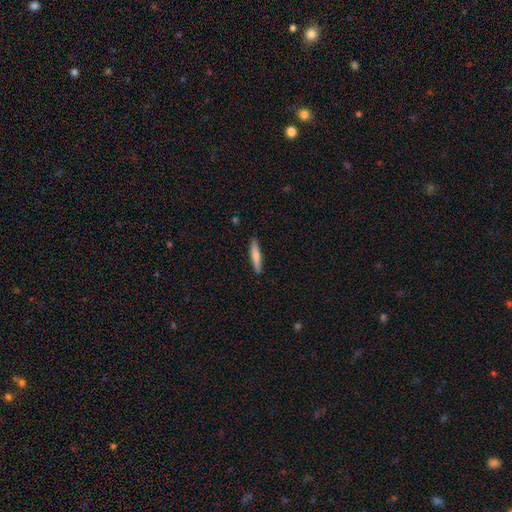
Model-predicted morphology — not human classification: Overall: smooth (71%). How rounded: cigar-shaped (88%). Merging: none (90%).